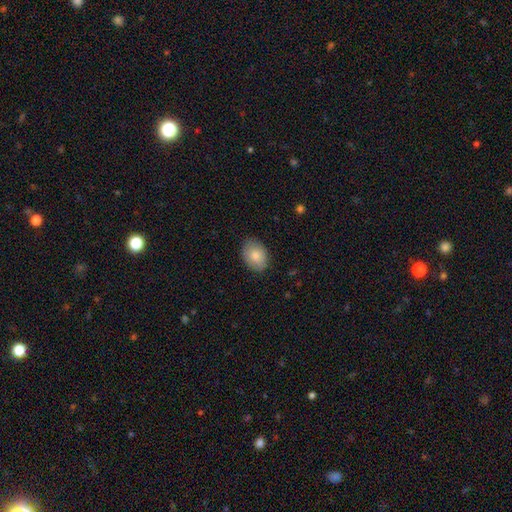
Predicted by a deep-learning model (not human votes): Overall: smooth (84%). How rounded: in between (79%). Merging: none (84%).